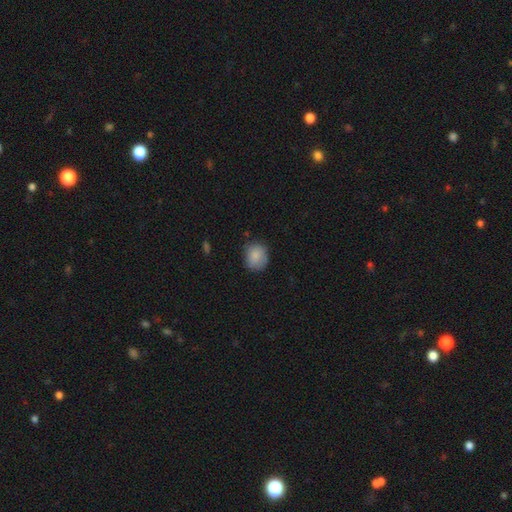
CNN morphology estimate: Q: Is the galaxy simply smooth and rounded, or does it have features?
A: smooth — 86%.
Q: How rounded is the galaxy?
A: round — 69%.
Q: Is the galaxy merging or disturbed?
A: none — 73%.